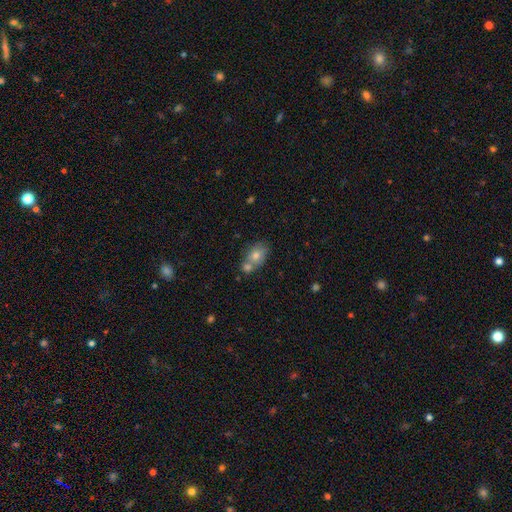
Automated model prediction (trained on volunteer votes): This is likely a smooth galaxy (72%). How rounded: likely in between (69%). Merging: marginally none (44%).